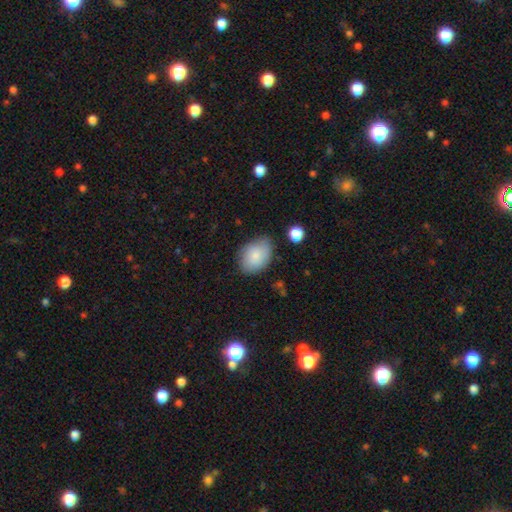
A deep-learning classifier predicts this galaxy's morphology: Q: Smooth or featured?
A: smooth (79%); runner-up: featured or disk (14%)
Q: How rounded?
A: in between (78%); runner-up: round (20%)
Q: Merging?
A: none (66%); runner-up: minor disturbance (25%)